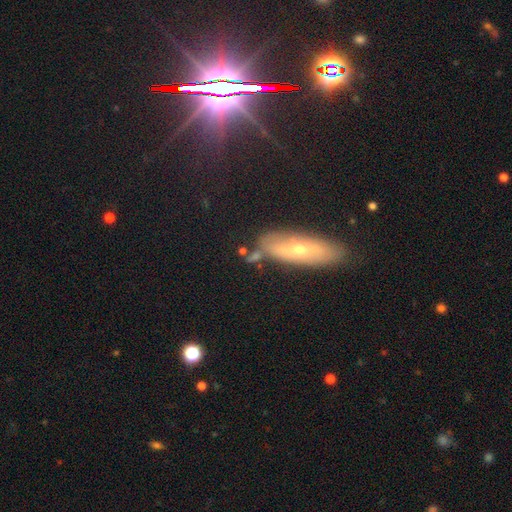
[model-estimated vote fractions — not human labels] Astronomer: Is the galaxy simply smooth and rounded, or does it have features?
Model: smooth — 45% (runner-up: featured or disk, 39%).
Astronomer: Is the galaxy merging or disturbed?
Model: none — 73%.